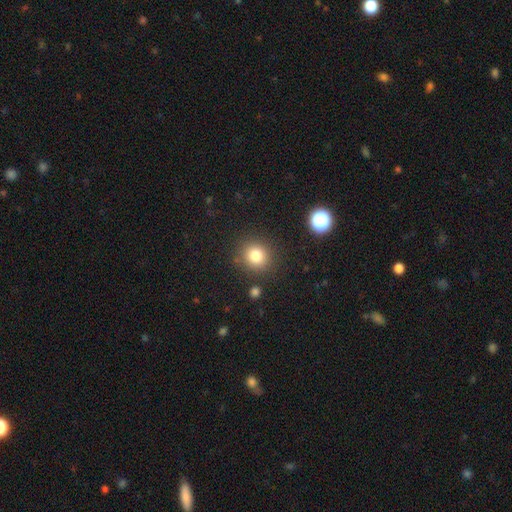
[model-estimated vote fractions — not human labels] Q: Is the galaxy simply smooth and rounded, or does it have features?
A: smooth — 81%.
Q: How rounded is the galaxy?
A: round — 87%.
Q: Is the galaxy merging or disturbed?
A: none — 86%.